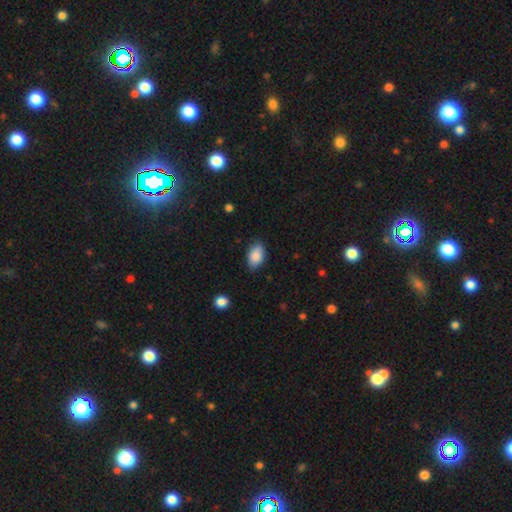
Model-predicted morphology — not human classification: A smooth galaxy with no disk features (88%) that is in between round and cigar-shaped (90%).

Vote fractions:
- Smooth or featured? smooth: 88% / star or artifact: 7% / featured or disk: 5%
- How rounded? in between: 90% / round: 8% / cigar-shaped: 1%
- Merging? none: 82% / minor disturbance: 14% / major disturbance: 3% / merger: 1%